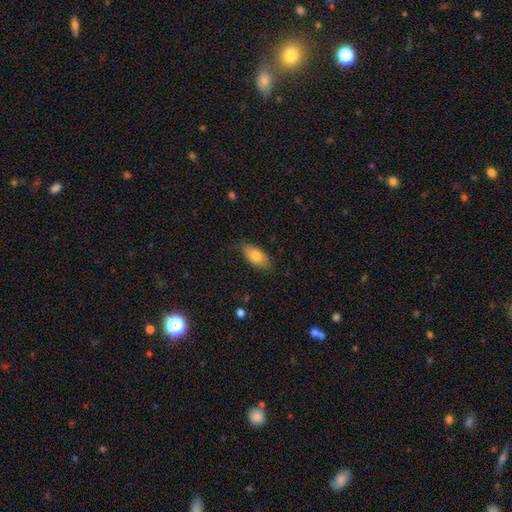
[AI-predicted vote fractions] This is likely a smooth galaxy (76%). How rounded: clearly in between (90%). Merging: likely none (80%).